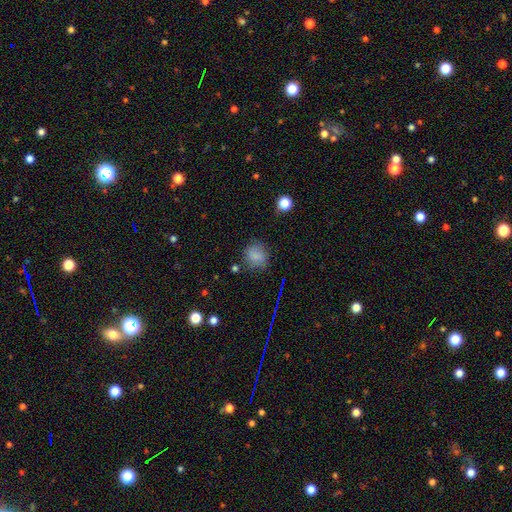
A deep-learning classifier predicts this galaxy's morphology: A smooth galaxy with no disk features (79%) that is round (77%). Merging: none (75%).